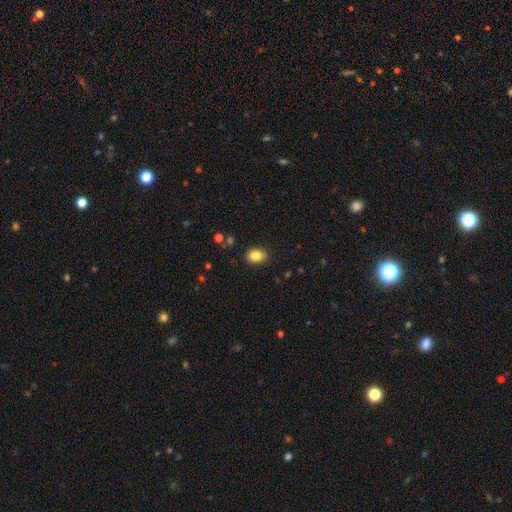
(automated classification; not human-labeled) Q: Smooth or featured?
A: smooth (85%); runner-up: star or artifact (10%)
Q: How rounded?
A: in between (64%); runner-up: round (35%)
Q: Merging?
A: none (87%); runner-up: minor disturbance (9%)